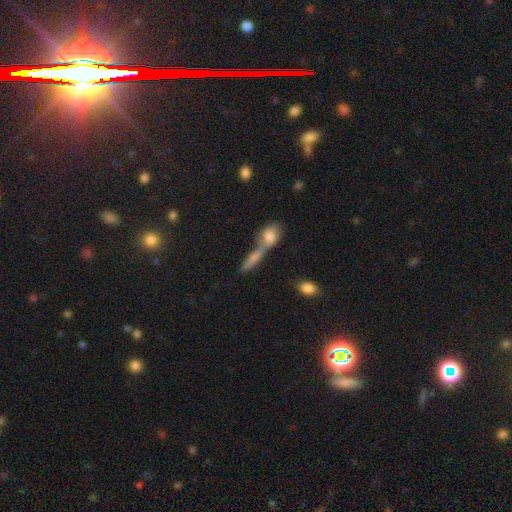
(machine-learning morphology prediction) smooth_or_featured: smooth (p=0.54) [alt: featured or disk p=0.27]
how_rounded: cigar-shaped (p=0.48) [alt: in between p=0.36]
merging: merger (p=0.50) [alt: none p=0.36]